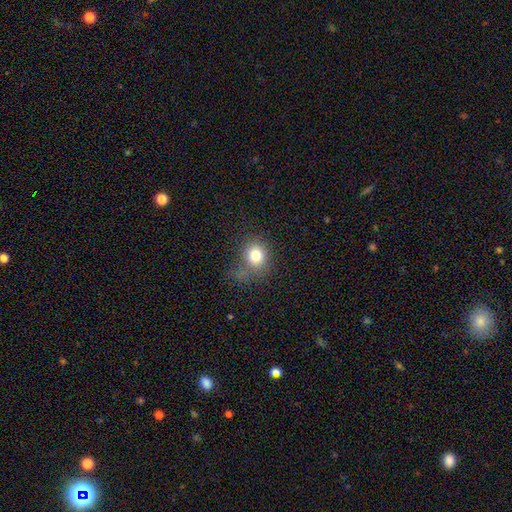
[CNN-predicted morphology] Q: Smooth or featured?
A: smooth (78%); runner-up: star or artifact (13%)
Q: How rounded?
A: round (75%); runner-up: in between (24%)
Q: Merging?
A: none (62%); runner-up: minor disturbance (21%)